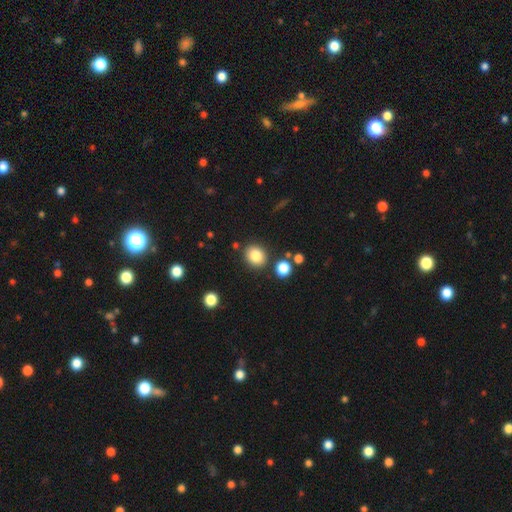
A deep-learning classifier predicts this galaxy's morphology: smooth_or_featured: smooth (p=0.84) [alt: star or artifact p=0.10]
how_rounded: round (p=0.73) [alt: in between p=0.26]
merging: none (p=0.84) [alt: minor disturbance p=0.08]